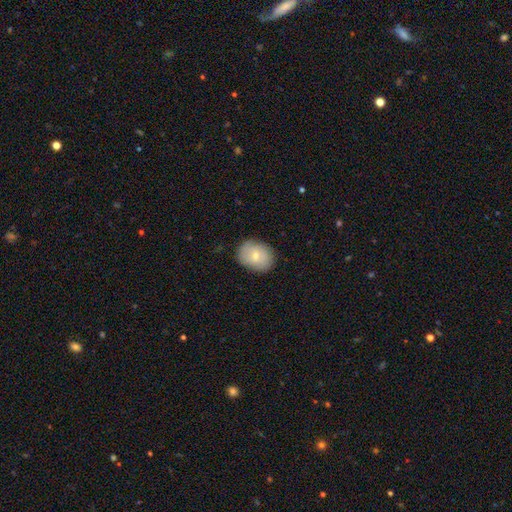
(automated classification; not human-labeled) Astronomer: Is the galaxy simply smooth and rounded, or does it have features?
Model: smooth — 73%.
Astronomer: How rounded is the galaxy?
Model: in between — 59% (runner-up: round, 40%).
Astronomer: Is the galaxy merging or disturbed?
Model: none — 81%.